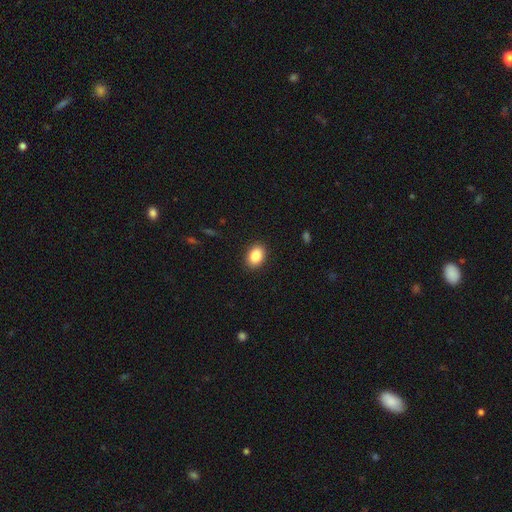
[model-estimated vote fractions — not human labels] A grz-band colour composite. It shows a smooth galaxy with no disk features (86%) that is in between round and cigar-shaped (77%). Merging: none (90%).